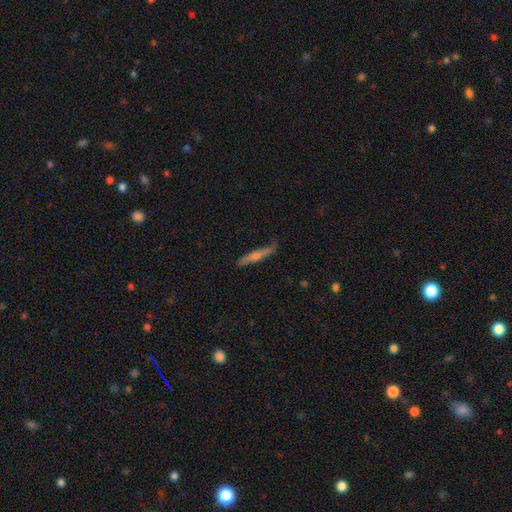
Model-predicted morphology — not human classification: The model was most divided on "smooth or featured": featured or disk: 55%, smooth: 35%, star or artifact: 10%. More confident: edge-on disk — yes (88%); merging — none (80%).